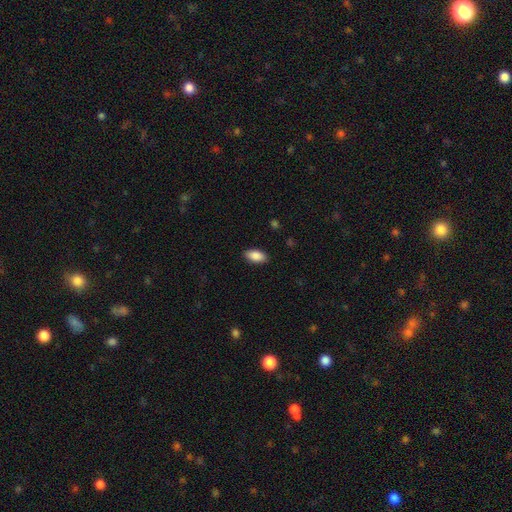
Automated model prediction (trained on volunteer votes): Smooth or featured: smooth — 89% (star or artifact — 7%)
How rounded: in between — 94% (cigar-shaped — 4%)
Merging: none — 88% (minor disturbance — 9%)